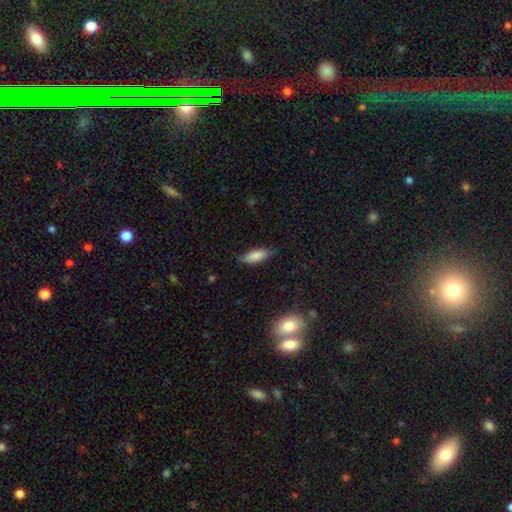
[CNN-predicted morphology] Smooth or featured?
  - smooth: 83% *
  - featured or disk: 11%
  - star or artifact: 6%
How rounded?
  - in between: 67% *
  - cigar-shaped: 31%
  - round: 2%
Merging?
  - none: 75% *
  - minor disturbance: 20%
  - major disturbance: 4%
  - merger: 1%